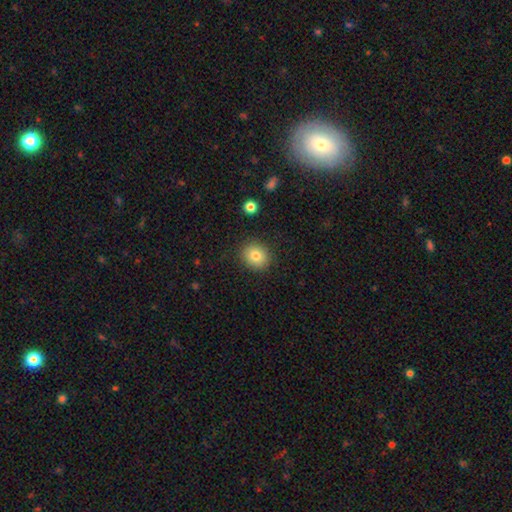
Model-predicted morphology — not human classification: This is clearly a smooth galaxy (80%). How rounded: clearly round (81%). Merging: clearly none (89%).